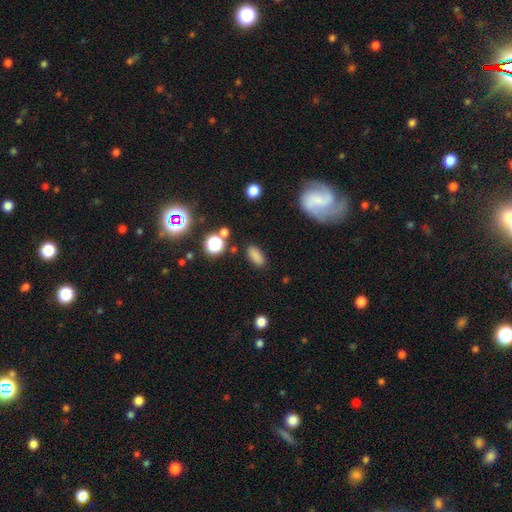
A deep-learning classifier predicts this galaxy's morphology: A smooth galaxy with no disk features (83%) that is in between round and cigar-shaped (85%). Merging: none (85%).